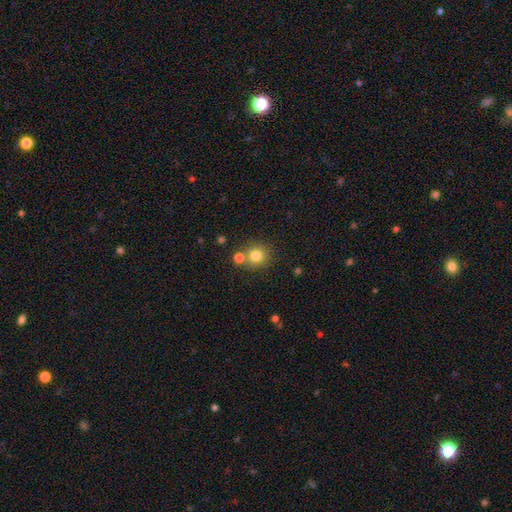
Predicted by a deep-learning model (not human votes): Q: Smooth or featured?
A: smooth (79%); runner-up: star or artifact (13%)
Q: How rounded?
A: round (87%); runner-up: in between (12%)
Q: Merging?
A: none (70%); runner-up: merger (18%)